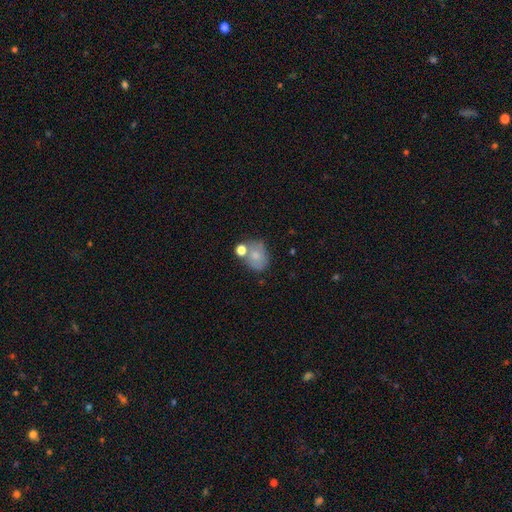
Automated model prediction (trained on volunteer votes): Smooth or featured? Predicted: smooth (p=0.73). How rounded? Predicted: round (p=0.53). Merging? Predicted: none (p=0.51).